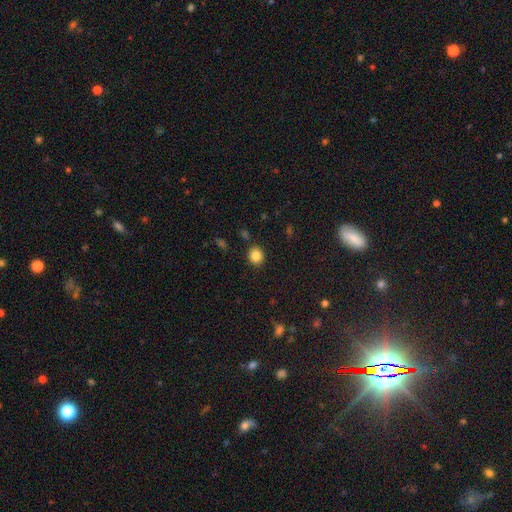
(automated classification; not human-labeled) Smooth or featured?
  - smooth: 85% *
  - star or artifact: 10%
  - featured or disk: 5%
How rounded?
  - round: 70% *
  - in between: 29%
  - cigar-shaped: 1%
Merging?
  - none: 87% *
  - minor disturbance: 8%
  - merger: 3%
  - major disturbance: 2%